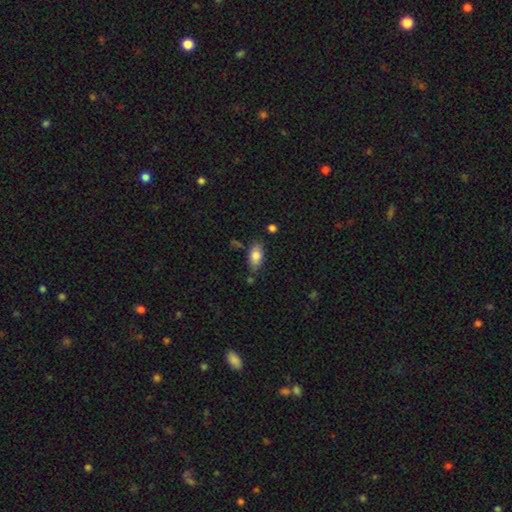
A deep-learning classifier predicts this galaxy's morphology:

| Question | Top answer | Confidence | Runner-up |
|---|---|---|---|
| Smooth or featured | smooth | 84% | featured or disk (8%) |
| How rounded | in between | 90% | cigar-shaped (6%) |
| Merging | none | 73% | minor disturbance (17%) |